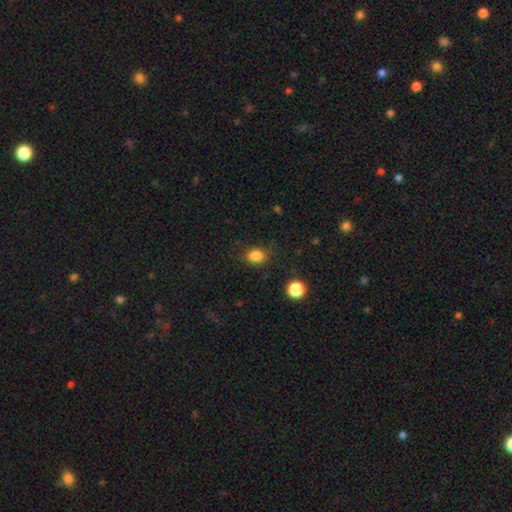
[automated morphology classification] A smooth galaxy with no disk features (84%) that is in between round and cigar-shaped (53%).

Vote fractions:
- Smooth or featured? smooth: 84% / star or artifact: 12% / featured or disk: 4%
- How rounded? in between: 53% / round: 46% / cigar-shaped: 1%
- Merging? none: 77% / minor disturbance: 16% / major disturbance: 5% / merger: 2%